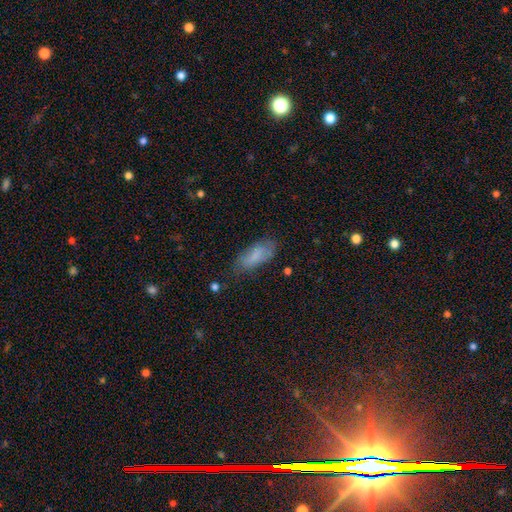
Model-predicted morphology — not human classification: Smooth or featured? Predicted: smooth (p=0.75). How rounded? Predicted: in between (p=0.77). Merging? Predicted: none (p=0.64).